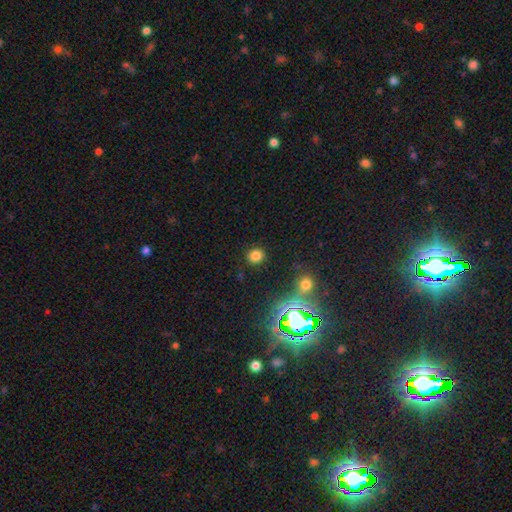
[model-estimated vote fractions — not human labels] smooth-or-featured: smooth: 77% | star or artifact: 18% | featured or disk: 5%
  how-rounded: round: 84% | in between: 15% | cigar-shaped: 1%
  merging: none: 87% | minor disturbance: 7% | major disturbance: 3% | merger: 2%